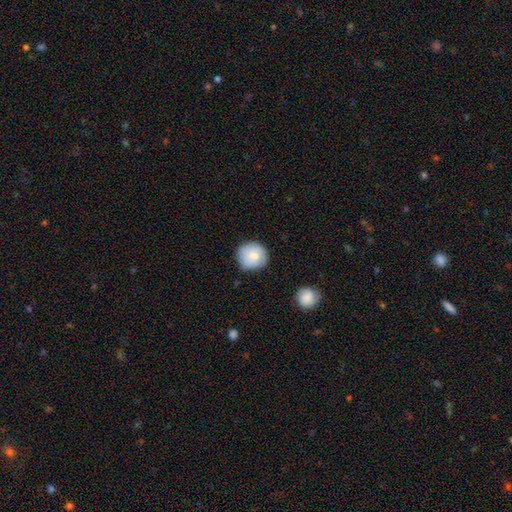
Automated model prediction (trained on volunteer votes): smooth_or_featured: smooth (p=0.82) [alt: featured or disk p=0.12]
how_rounded: round (p=0.92) [alt: in between p=0.07]
merging: none (p=0.81) [alt: minor disturbance p=0.15]